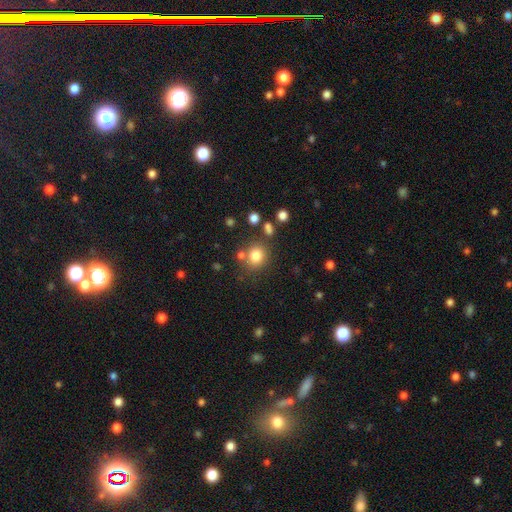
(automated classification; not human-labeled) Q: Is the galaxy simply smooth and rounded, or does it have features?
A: smooth — 81%.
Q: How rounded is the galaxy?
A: round — 81%.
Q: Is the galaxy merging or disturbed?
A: none — 75%.